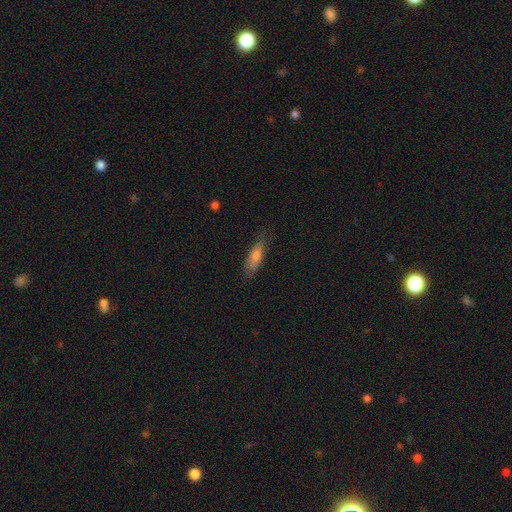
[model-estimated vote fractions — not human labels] The model was most divided on "how rounded": cigar-shaped: 52%, in between: 46%, round: 2%. More confident: merging — none (74%); smooth or featured — smooth (70%).